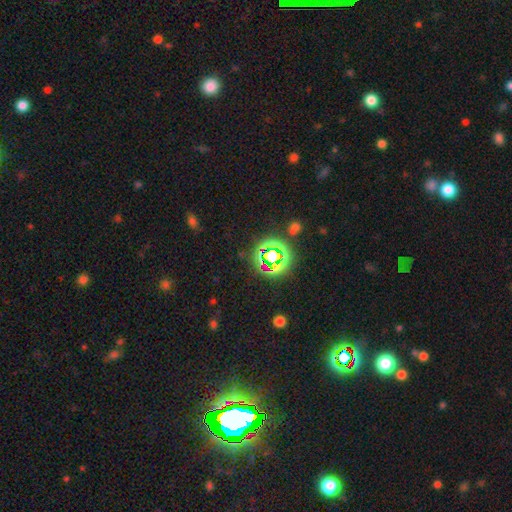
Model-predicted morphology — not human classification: star or artifact 78%, smooth 14%, featured or disk 7%.